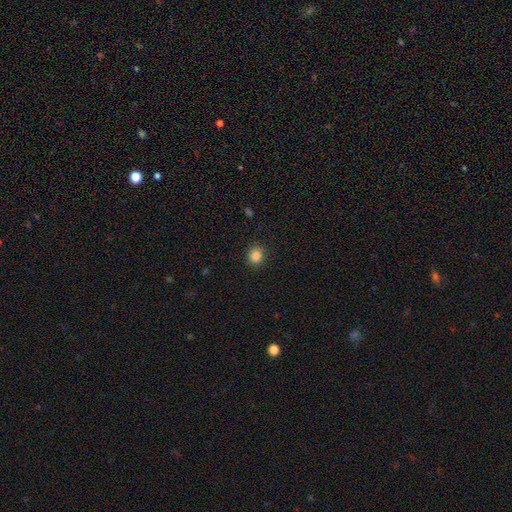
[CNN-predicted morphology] This appears to be a smooth galaxy with no disk features (84%) that is round (81%). Merging: none (91%).